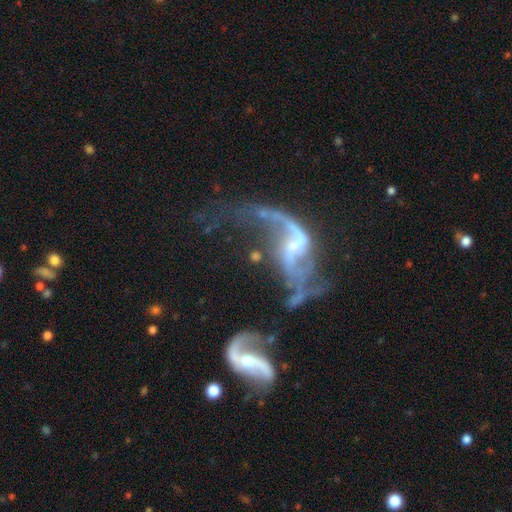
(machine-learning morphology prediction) Smooth or featured?
  - featured or disk: 83% *
  - smooth: 9%
  - star or artifact: 8%
Edge-on disk?
  - no: 96% *
  - yes: 4%
Bar?
  - weak: 45% *
  - no: 30%
  - strong: 26%
Spiral arms?
  - yes: 87% *
  - no: 13%
Spiral winding?
  - loose: 88% *
  - medium: 9%
  - tight: 3%
Spiral arm count?
  - 2: 83% *
  - 1: 9%
  - can't tell: 4%
  - 3: 2%
  - 4: 1%
  - more than 4: 1%
Bulge size?
  - small: 45% *
  - none: 31%
  - moderate: 19%
  - large: 4%
  - dominant: 2%
Merging?
  - none: 32% *
  - major disturbance: 31%
  - merger: 23%
  - minor disturbance: 15%